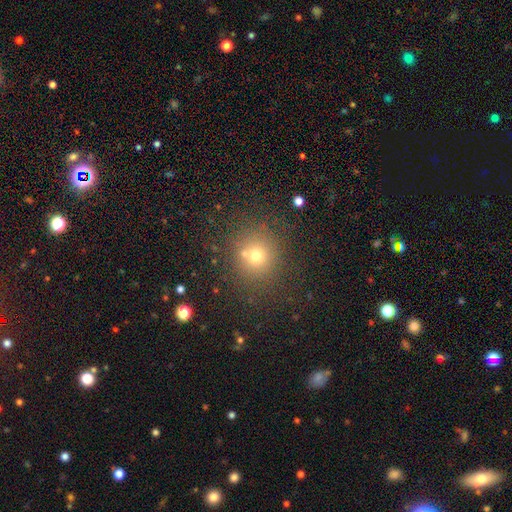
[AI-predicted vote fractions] Smooth or featured? Predicted: smooth (p=0.67). How rounded? Predicted: round (p=0.89). Merging? Predicted: none (p=0.72).